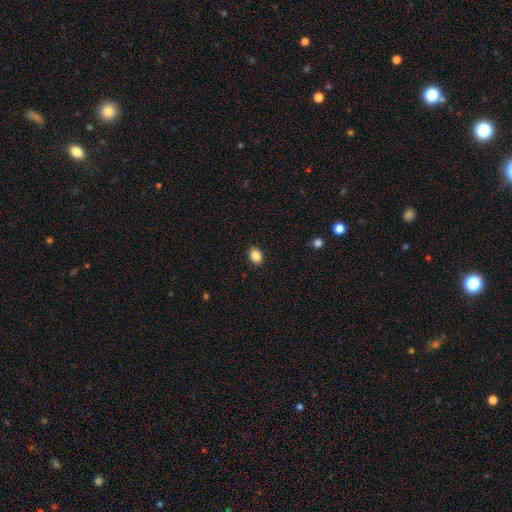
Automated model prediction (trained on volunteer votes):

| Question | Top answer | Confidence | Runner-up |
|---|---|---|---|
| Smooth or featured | smooth | 88% | star or artifact (9%) |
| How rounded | in between | 69% | round (30%) |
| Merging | none | 89% | minor disturbance (8%) |